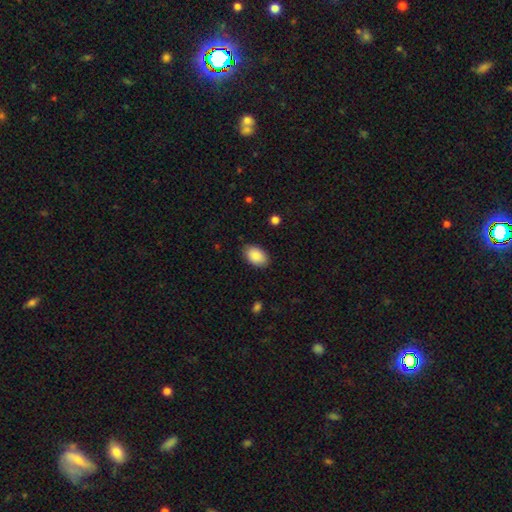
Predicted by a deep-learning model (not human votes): This is clearly a smooth galaxy (89%). How rounded: clearly in between (90%). Merging: clearly none (86%).